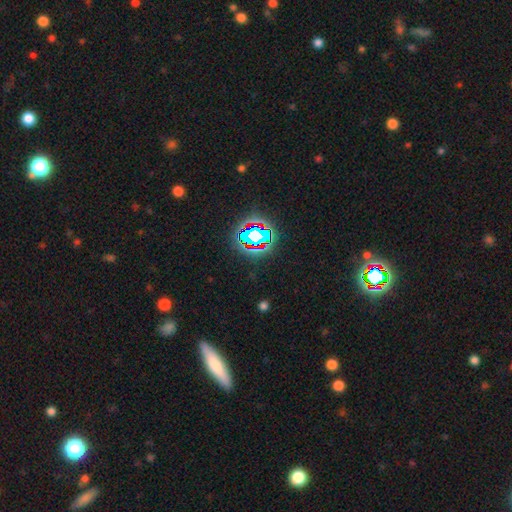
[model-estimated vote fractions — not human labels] A star or artifact, not a galaxy (71%).